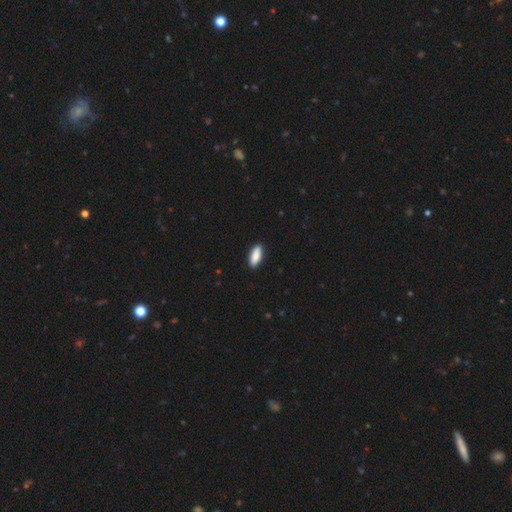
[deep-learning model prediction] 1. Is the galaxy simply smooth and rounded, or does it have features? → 88% smooth, 6% featured or disk, 6% star or artifact.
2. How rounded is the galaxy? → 73% in between, 25% cigar-shaped, 2% round.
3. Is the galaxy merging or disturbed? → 90% none, 8% minor disturbance, 2% major disturbance, 1% merger.